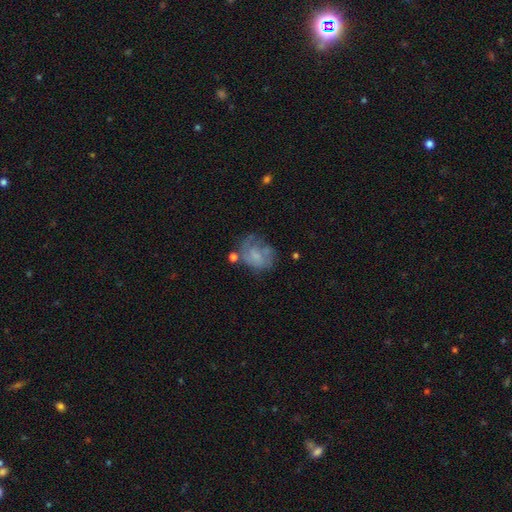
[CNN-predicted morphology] Smooth or featured? Predicted: featured or disk (p=0.54). Edge-on disk? Predicted: no (p=0.98). Bar? Predicted: no (p=0.63). Spiral arms? Predicted: yes (p=0.68). Bulge size? Predicted: none (p=0.46). Merging? Predicted: none (p=0.43).